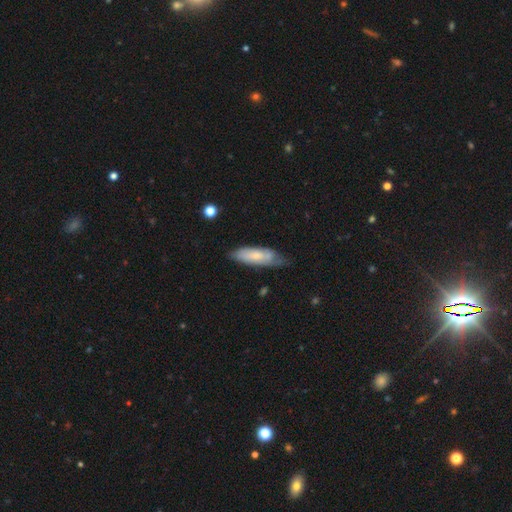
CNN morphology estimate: This appears to be a smooth galaxy with no disk features (56%) that is in between round and cigar-shaped (59%). Merging: none (57%).